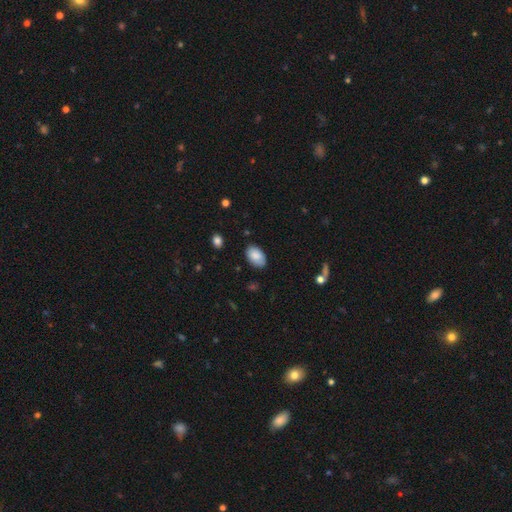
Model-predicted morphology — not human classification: Smooth or featured?
  - smooth: 86% *
  - featured or disk: 8%
  - star or artifact: 7%
How rounded?
  - in between: 92% *
  - round: 7%
  - cigar-shaped: 1%
Merging?
  - none: 79% *
  - minor disturbance: 17%
  - major disturbance: 3%
  - merger: 1%